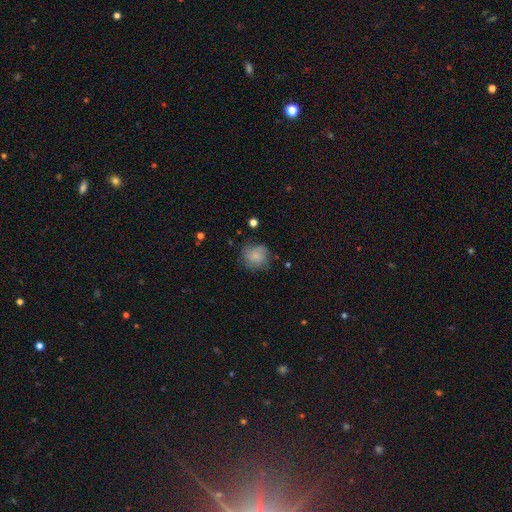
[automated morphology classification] Smooth or featured?
  - smooth: 69% *
  - featured or disk: 22%
  - star or artifact: 9%
How rounded?
  - round: 85% *
  - in between: 14%
  - cigar-shaped: 1%
Merging?
  - none: 68% *
  - minor disturbance: 22%
  - major disturbance: 8%
  - merger: 2%